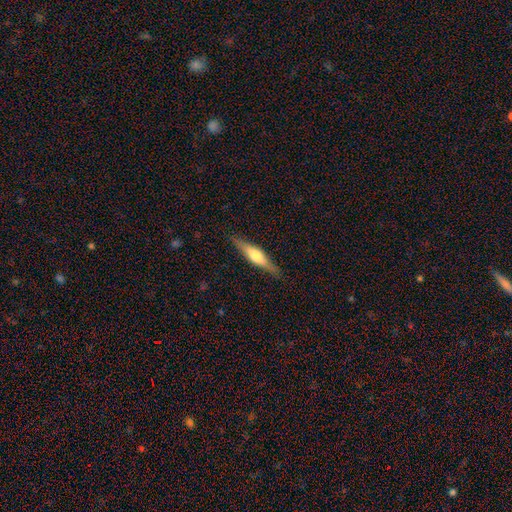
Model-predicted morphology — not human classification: A featured or disk galaxy (58%) viewed edge-on (95%) with a rounded central bulge (88%).

Vote fractions:
- Smooth or featured? featured or disk: 58% / smooth: 36% / star or artifact: 6%
- Edge-on disk? yes: 95% / no: 5%
- Edge-on bulge? rounded: 88% / boxy: 8% / none: 4%
- Merging? none: 88% / minor disturbance: 9% / major disturbance: 2% / merger: 1%